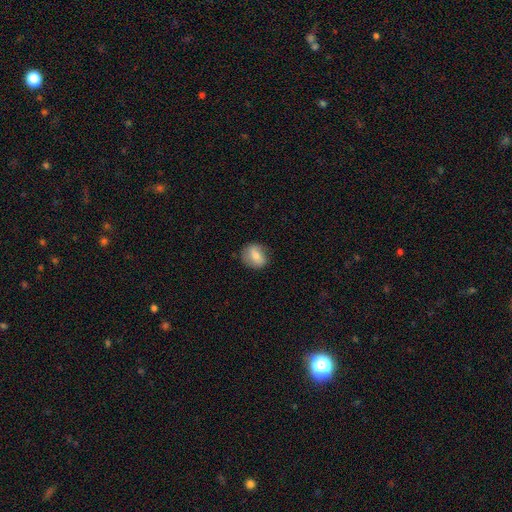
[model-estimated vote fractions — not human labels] smooth_or_featured: smooth (p=0.67) [alt: featured or disk p=0.25]
how_rounded: round (p=0.57) [alt: in between p=0.42]
merging: none (p=0.77) [alt: minor disturbance p=0.17]